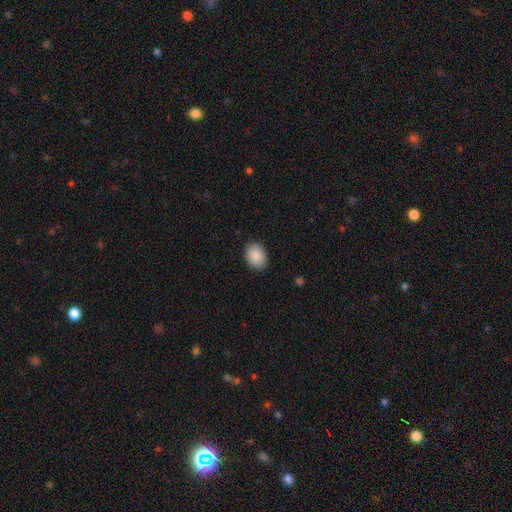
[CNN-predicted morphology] This is clearly a smooth galaxy (90%). How rounded: likely in between (69%). Merging: clearly none (89%).